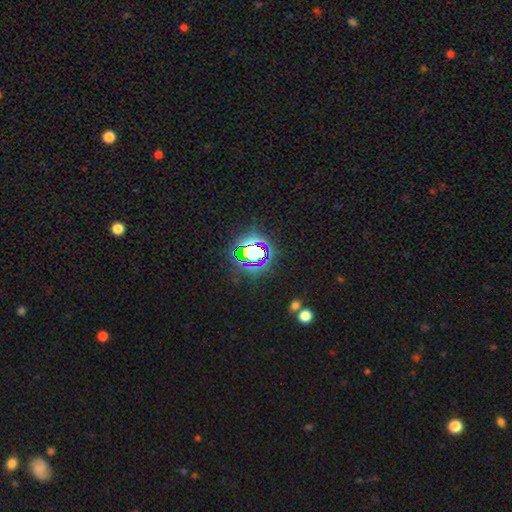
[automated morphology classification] Overall: star or artifact (67%).